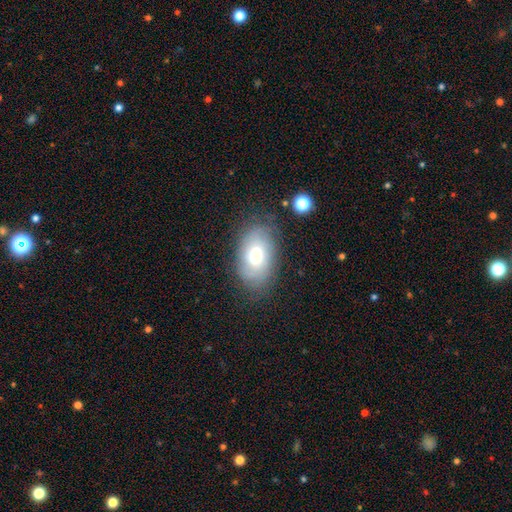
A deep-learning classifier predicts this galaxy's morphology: This appears to be a smooth galaxy with no disk features (62%) that is in between round and cigar-shaped (90%). Merging: none (73%).